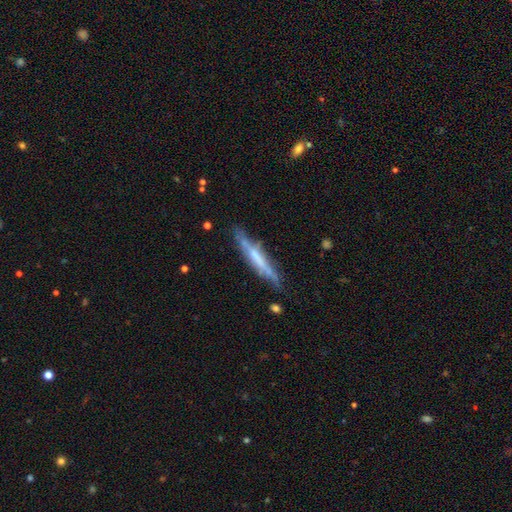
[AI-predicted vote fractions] Smooth or featured? Predicted: featured or disk (p=0.61). Edge-on disk? Predicted: yes (p=0.86). Edge-on bulge? Predicted: none (p=0.58). Merging? Predicted: none (p=0.74).